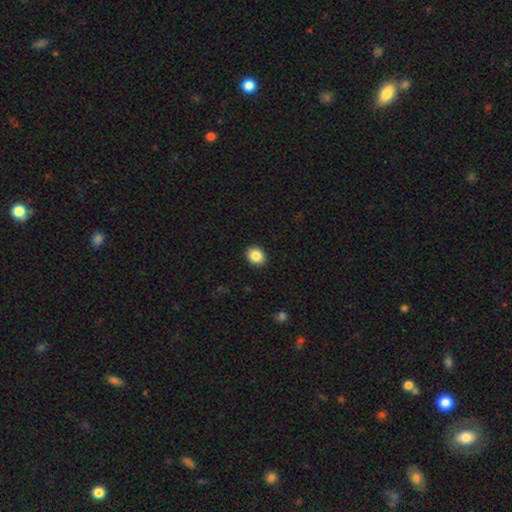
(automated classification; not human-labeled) Smooth or featured? Predicted: smooth (p=0.86). How rounded? Predicted: round (p=0.56). Merging? Predicted: none (p=0.91).